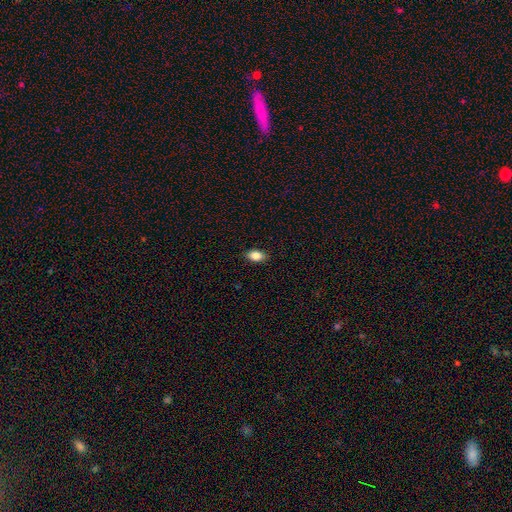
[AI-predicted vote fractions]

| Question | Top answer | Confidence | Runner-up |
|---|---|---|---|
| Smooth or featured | smooth | 86% | star or artifact (8%) |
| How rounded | in between | 89% | round (8%) |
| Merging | none | 88% | minor disturbance (9%) |